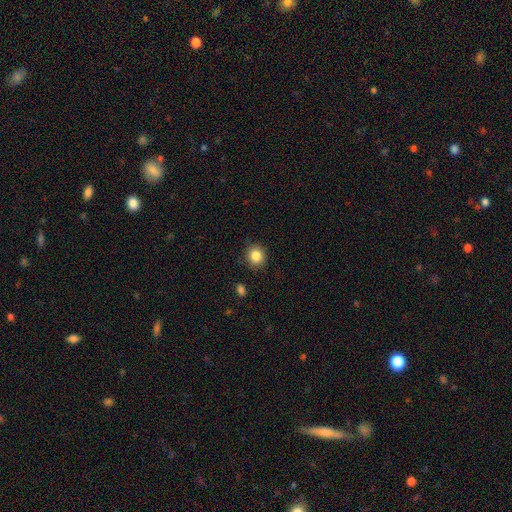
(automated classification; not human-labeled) Smooth or featured?
  - smooth: 85% *
  - star or artifact: 10%
  - featured or disk: 5%
How rounded?
  - round: 85% *
  - in between: 14%
  - cigar-shaped: 1%
Merging?
  - none: 88% *
  - minor disturbance: 8%
  - major disturbance: 2%
  - merger: 1%